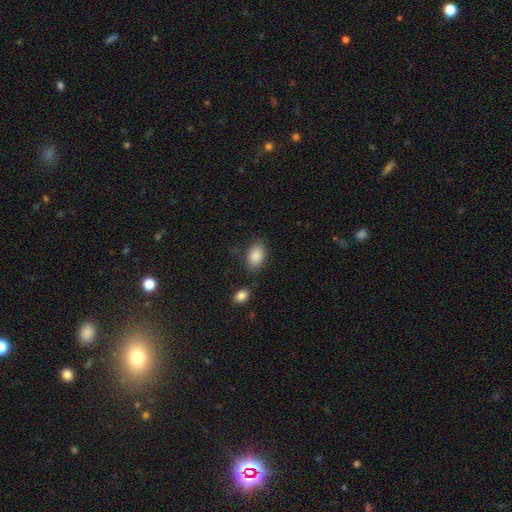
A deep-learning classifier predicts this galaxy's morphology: A smooth galaxy with no disk features (88%) that is in between round and cigar-shaped (90%). Merging: none (77%).